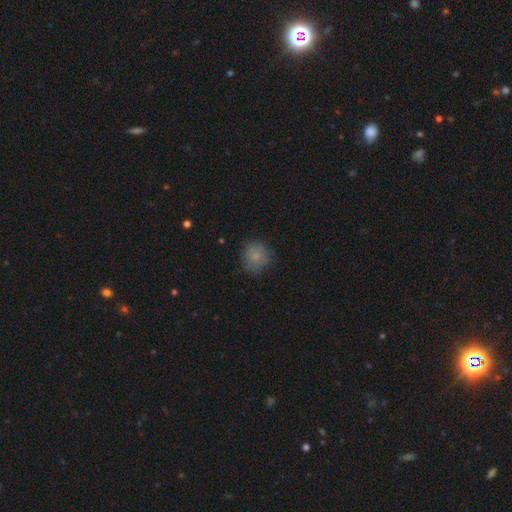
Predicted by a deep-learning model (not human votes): The model was most divided on "merging": none: 76%, minor disturbance: 18%, major disturbance: 5%, merger: 1%. More confident: how rounded — round (88%); smooth or featured — smooth (78%).